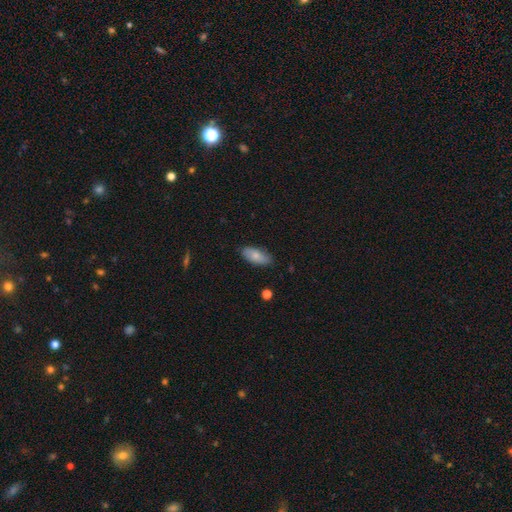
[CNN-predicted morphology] A smooth galaxy with no disk features (74%) that is in between round and cigar-shaped (89%).

Vote fractions:
- Smooth or featured? smooth: 74% / featured or disk: 19% / star or artifact: 6%
- How rounded? in between: 89% / cigar-shaped: 8% / round: 3%
- Merging? none: 82% / minor disturbance: 14% / major disturbance: 2% / merger: 1%